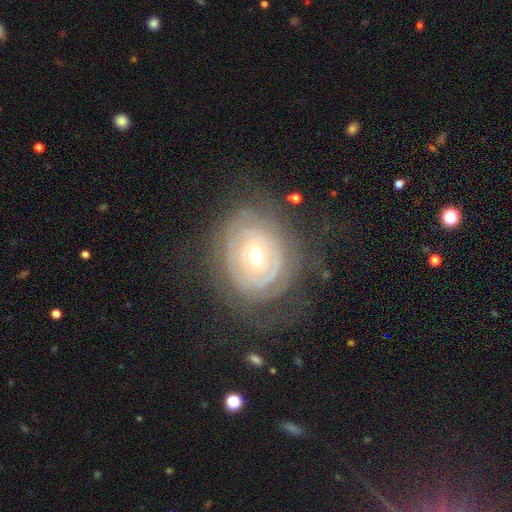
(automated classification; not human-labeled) Smooth or featured? Predicted: featured or disk (p=0.78). Edge-on disk? Predicted: no (p=0.96). Bar? Predicted: no (p=0.73). Spiral arms? Predicted: yes (p=0.77). Spiral winding? Predicted: tight (p=0.80). Spiral arm count? Predicted: can't tell (p=0.53). Bulge size? Predicted: small (p=0.52). Merging? Predicted: none (p=0.67).